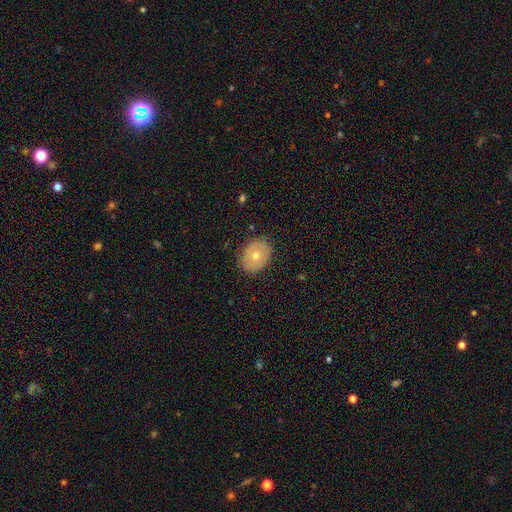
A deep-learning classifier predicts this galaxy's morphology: Q: Smooth or featured?
A: smooth (59%); runner-up: featured or disk (33%)
Q: How rounded?
A: in between (58%); runner-up: round (41%)
Q: Merging?
A: none (87%); runner-up: minor disturbance (9%)